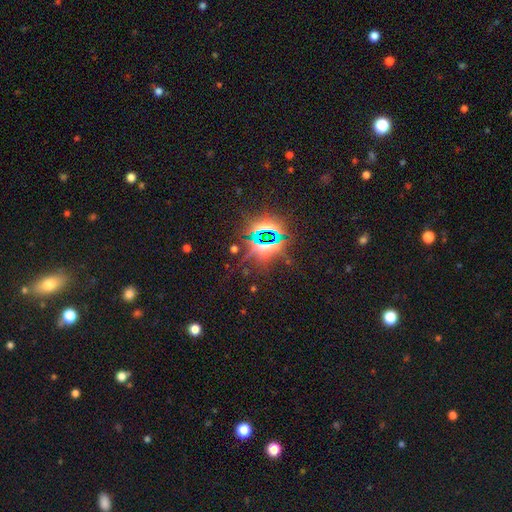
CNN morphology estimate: smooth_or_featured: star or artifact (p=0.79) [alt: smooth p=0.13]